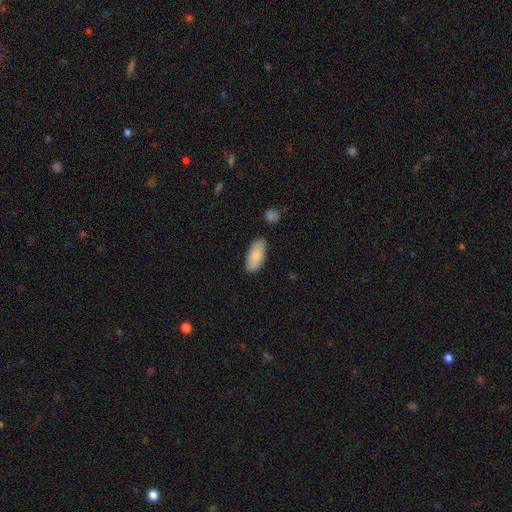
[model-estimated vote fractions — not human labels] Smooth or featured? smooth (87%)
How rounded? in between (87%)
Merging? none (81%)